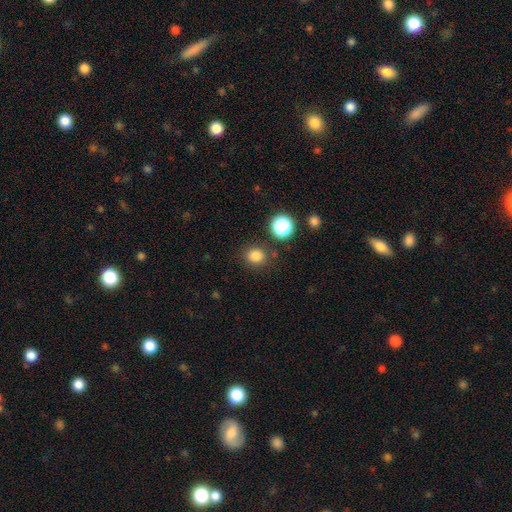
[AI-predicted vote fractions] smooth_or_featured: smooth (p=0.81) [alt: star or artifact p=0.14]
how_rounded: round (p=0.77) [alt: in between p=0.22]
merging: none (p=0.84) [alt: minor disturbance p=0.09]